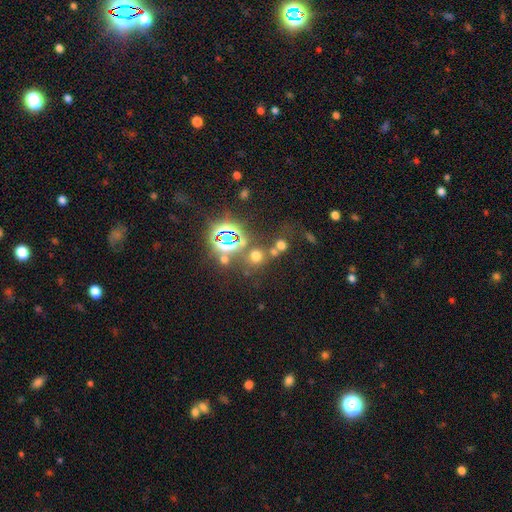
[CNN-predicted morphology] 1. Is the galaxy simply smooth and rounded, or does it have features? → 50% smooth, 41% star or artifact, 9% featured or disk.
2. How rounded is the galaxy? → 85% round, 14% in between, 1% cigar-shaped.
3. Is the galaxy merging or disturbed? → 61% none, 23% merger, 9% minor disturbance, 6% major disturbance.